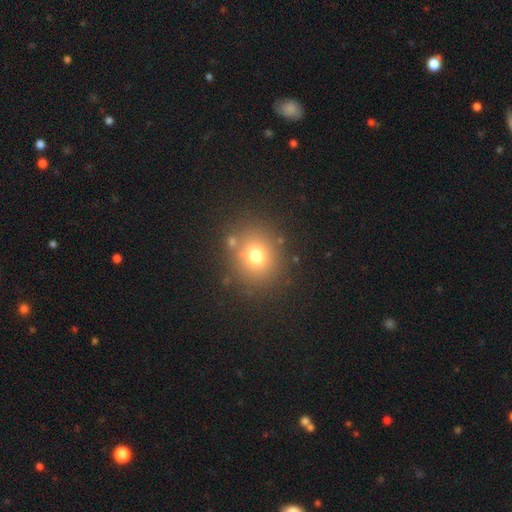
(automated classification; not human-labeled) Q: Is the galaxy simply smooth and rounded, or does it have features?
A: smooth — 73%.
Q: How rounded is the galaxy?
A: round — 72%.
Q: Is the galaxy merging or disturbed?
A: none — 80%.